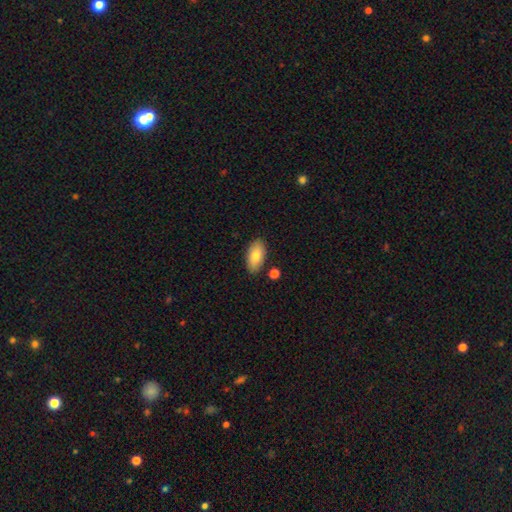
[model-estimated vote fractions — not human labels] A smooth galaxy with no disk features (79%) that is in between round and cigar-shaped (93%).

Vote fractions:
- Smooth or featured? smooth: 79% / featured or disk: 14% / star or artifact: 7%
- How rounded? in between: 93% / round: 4% / cigar-shaped: 3%
- Merging? none: 83% / minor disturbance: 11% / merger: 4% / major disturbance: 2%